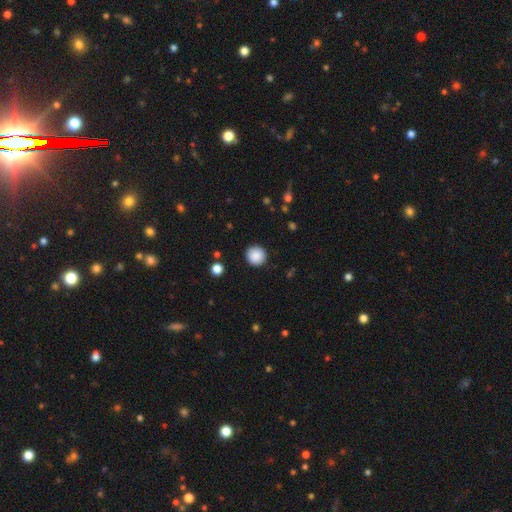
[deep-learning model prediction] This appears to be a smooth galaxy with no disk features (88%) that is round (95%). Merging: none (92%).